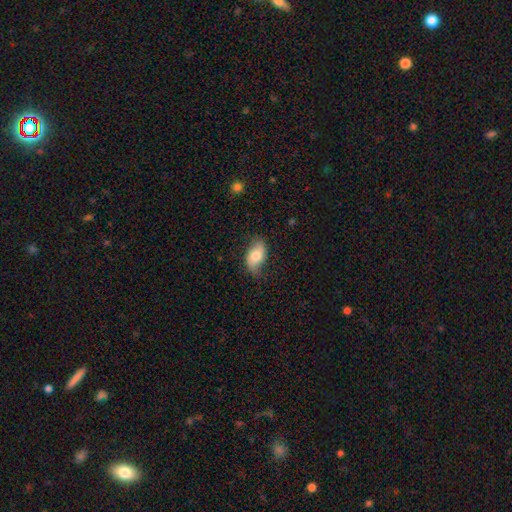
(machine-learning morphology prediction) smooth 66%, featured or disk 27%, star or artifact 7%. Down the decision tree: how rounded — in between (92%); merging — none (70%).